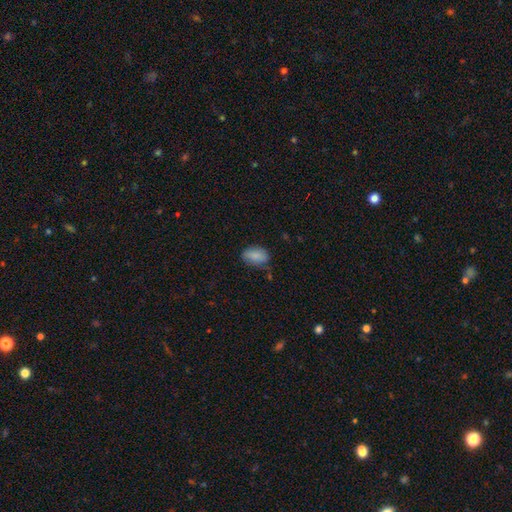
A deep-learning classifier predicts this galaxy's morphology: Smooth or featured: smooth — 86% (star or artifact — 7%)
How rounded: in between — 90% (round — 8%)
Merging: none — 66% (minor disturbance — 26%)